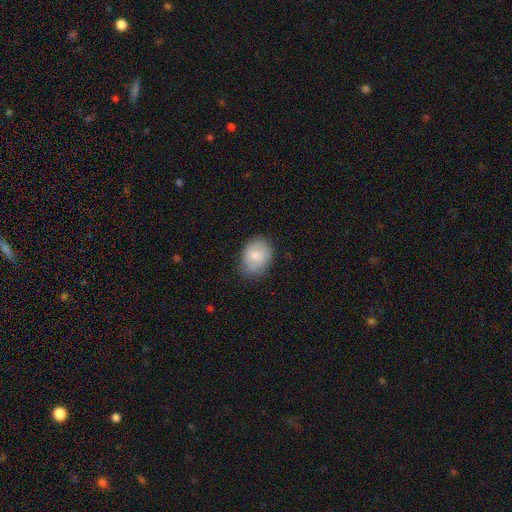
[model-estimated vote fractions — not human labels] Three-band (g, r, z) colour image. It shows a smooth galaxy with no disk features (76%) that is in between round and cigar-shaped (63%). Merging: none (72%).